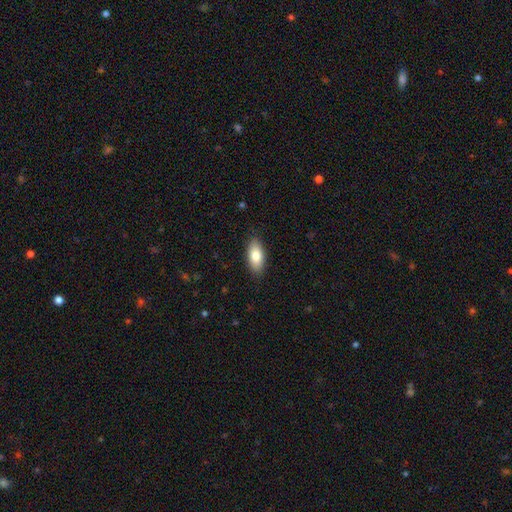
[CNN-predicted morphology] Smooth or featured? Predicted: smooth (p=0.81). How rounded? Predicted: in between (p=0.87). Merging? Predicted: none (p=0.88).